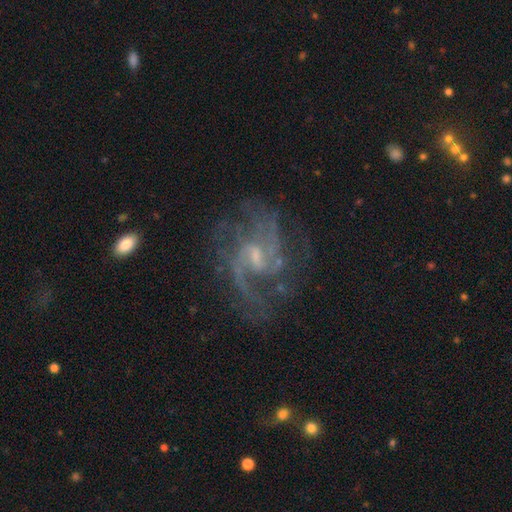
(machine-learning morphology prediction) featured or disk 87%, star or artifact 8%, smooth 5%. Down the decision tree: edge-on disk — no (98%); bar — weak (58%); spiral arms — yes (96%); spiral arm count — 2 (51%); spiral winding — medium (51%); bulge size — small (59%); merging — none (67%).